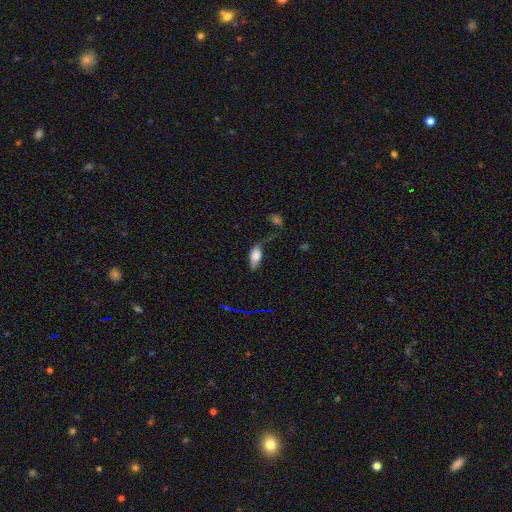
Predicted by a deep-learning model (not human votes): A smooth galaxy with no disk features (72%) that is in between round and cigar-shaped (86%). Merging: none (37%).